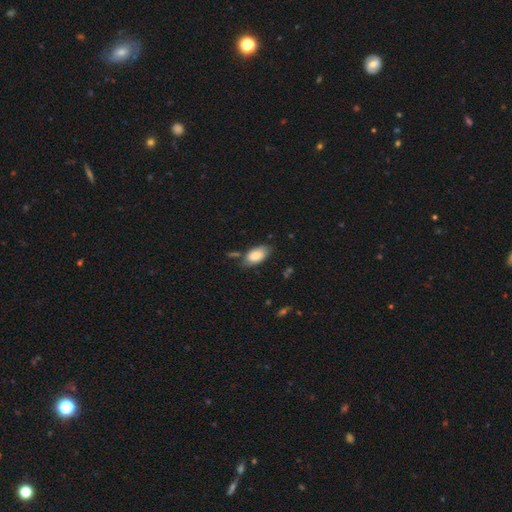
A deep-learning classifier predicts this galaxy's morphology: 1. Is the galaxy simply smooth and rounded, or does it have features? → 84% smooth, 10% featured or disk, 7% star or artifact.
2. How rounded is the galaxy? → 94% in between, 4% round, 3% cigar-shaped.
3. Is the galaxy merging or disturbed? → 65% none, 23% minor disturbance, 7% merger, 6% major disturbance.